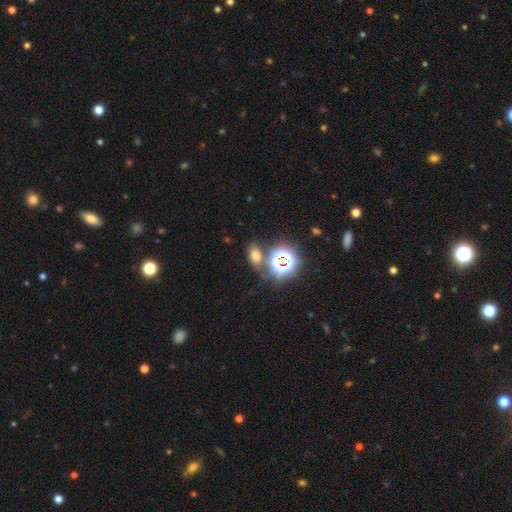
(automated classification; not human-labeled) The model was most divided on "smooth or featured": smooth: 60%, star or artifact: 30%, featured or disk: 10%. More confident: how rounded — in between (74%); merging — none (73%).